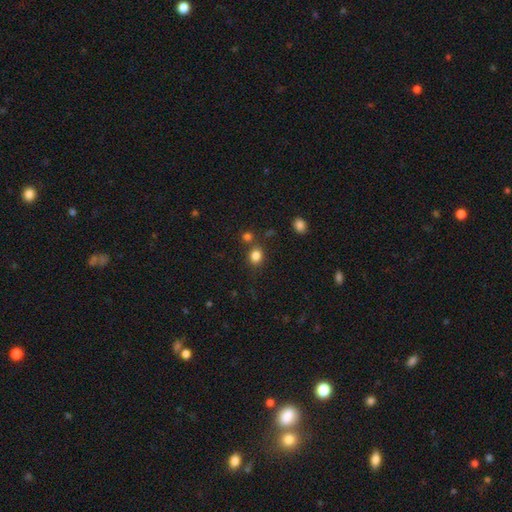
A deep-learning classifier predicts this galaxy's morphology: smooth-or-featured: smooth: 83% | star or artifact: 12% | featured or disk: 5%
  how-rounded: round: 65% | in between: 34% | cigar-shaped: 1%
  merging: none: 75% | merger: 11% | minor disturbance: 11% | major disturbance: 4%